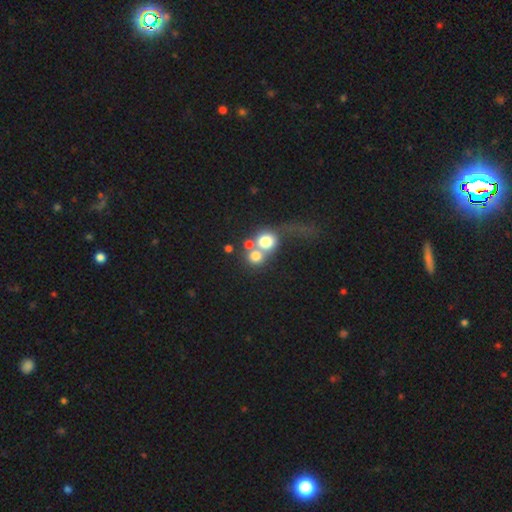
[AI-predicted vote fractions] smooth_or_featured: smooth (p=0.68) [alt: featured or disk p=0.19]
how_rounded: round (p=0.82) [alt: in between p=0.17]
merging: merger (p=0.61) [alt: none p=0.26]